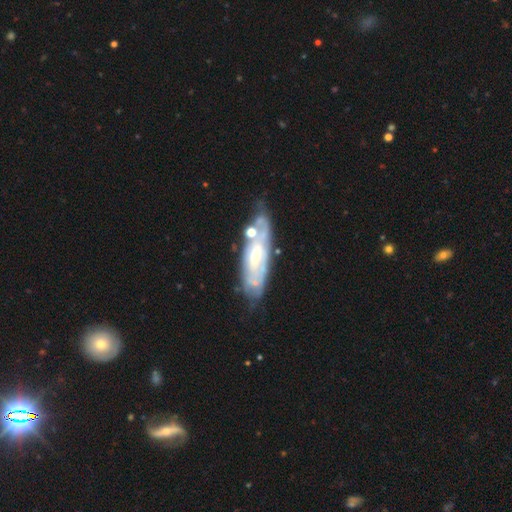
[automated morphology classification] Smooth or featured? featured or disk (75%)
Edge-on disk? no (80%)
Bar? no (51%)
Spiral arms? yes (74%)
Bulge size? moderate (47%)
Merging? none (57%)